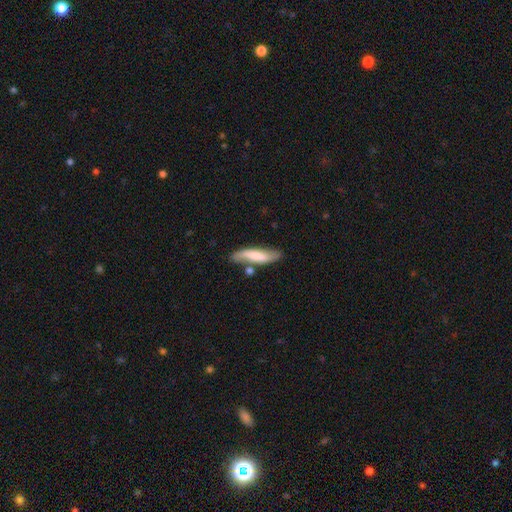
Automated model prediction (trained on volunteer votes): smooth 59%, featured or disk 35%, star or artifact 6%. Down the decision tree: how rounded — cigar-shaped (69%); merging — none (60%).